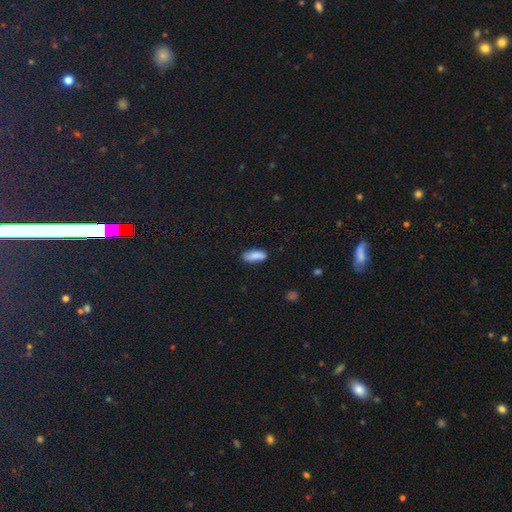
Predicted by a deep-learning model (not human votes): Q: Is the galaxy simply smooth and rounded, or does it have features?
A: smooth — 86%.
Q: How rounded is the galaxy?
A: in between — 76%.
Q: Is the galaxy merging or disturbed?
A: none — 79%.